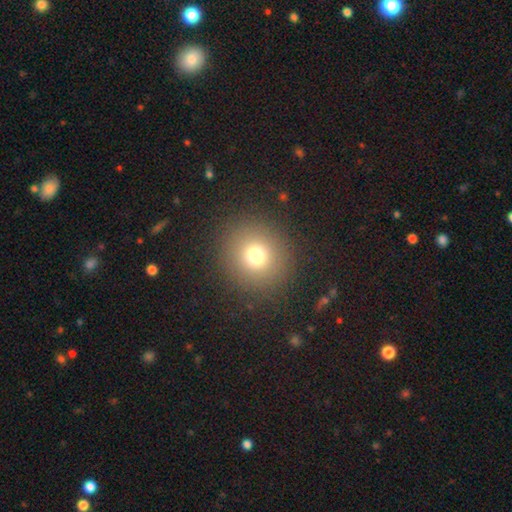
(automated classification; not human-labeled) Smooth or featured? smooth (72%)
How rounded? round (92%)
Merging? none (88%)